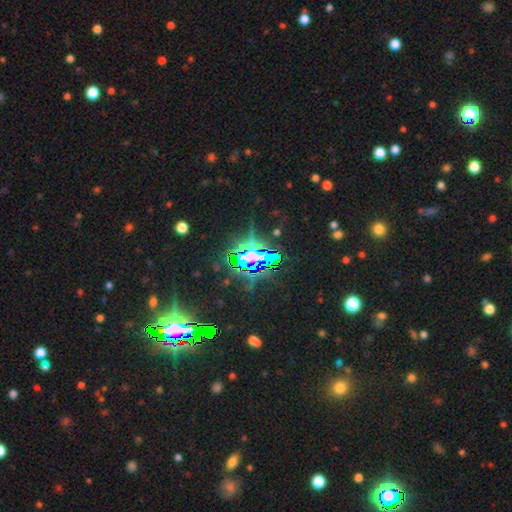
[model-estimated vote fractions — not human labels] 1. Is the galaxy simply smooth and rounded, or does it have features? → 76% star or artifact, 12% smooth, 12% featured or disk.